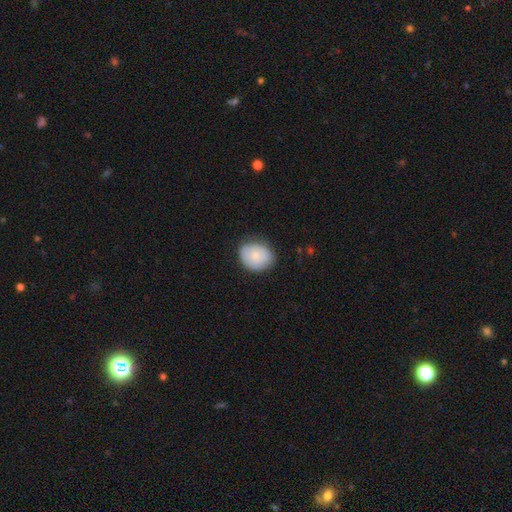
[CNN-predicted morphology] smooth_or_featured: smooth (p=0.76) [alt: featured or disk p=0.17]
how_rounded: round (p=0.55) [alt: in between p=0.44]
merging: none (p=0.78) [alt: minor disturbance p=0.18]